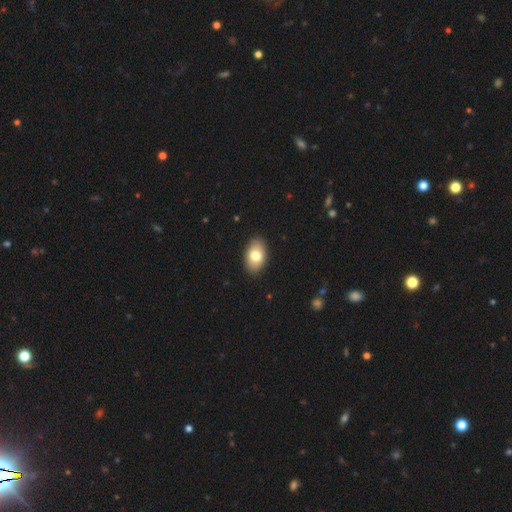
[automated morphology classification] A smooth galaxy with no disk features (77%) that is in between round and cigar-shaped (91%).

Vote fractions:
- Smooth or featured? smooth: 77% / featured or disk: 16% / star or artifact: 7%
- How rounded? in between: 91% / round: 7% / cigar-shaped: 1%
- Merging? none: 88% / minor disturbance: 9% / major disturbance: 2% / merger: 1%